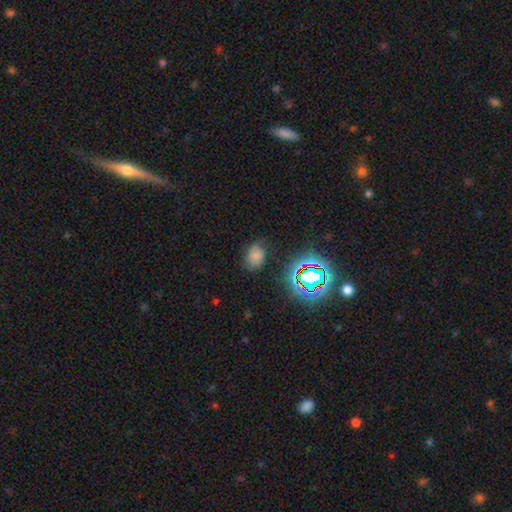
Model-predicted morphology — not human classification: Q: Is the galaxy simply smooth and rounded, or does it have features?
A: smooth — 64%.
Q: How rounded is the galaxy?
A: in between — 73%.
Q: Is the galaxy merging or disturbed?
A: none — 66%.